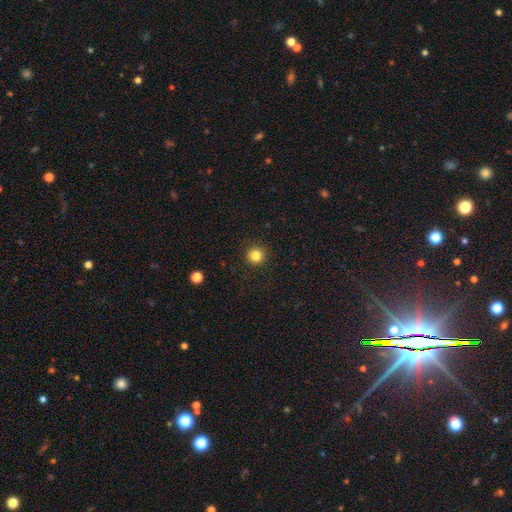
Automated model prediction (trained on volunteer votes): Smooth or featured? Predicted: smooth (p=0.83). How rounded? Predicted: round (p=0.95). Merging? Predicted: none (p=0.92).